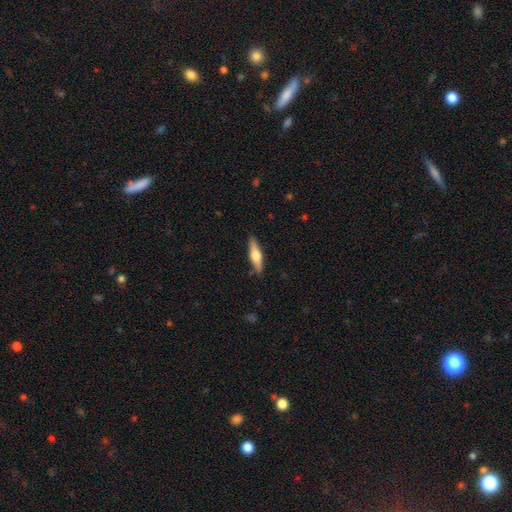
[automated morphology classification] The model was most divided on "smooth or featured": featured or disk: 51%, smooth: 44%, star or artifact: 5%. More confident: edge-on disk — yes (94%); merging — none (88%).